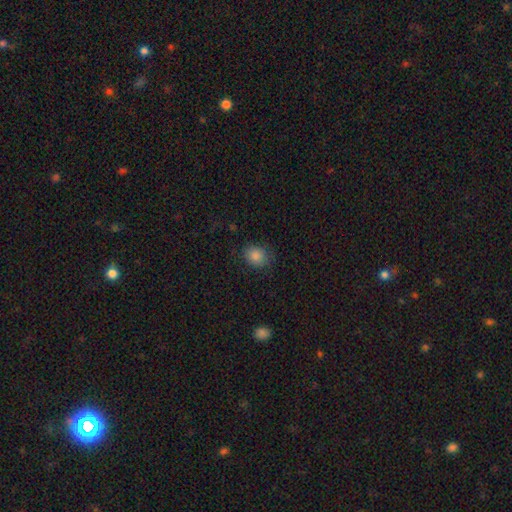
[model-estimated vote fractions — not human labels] Morphology: type=smooth (85%); roundness=round (56%); merging=none (79%).